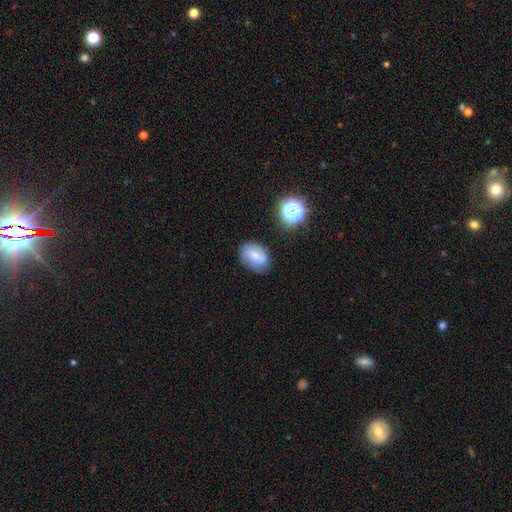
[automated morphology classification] Smooth or featured: smooth — 58% (featured or disk — 31%)
How rounded: in between — 78% (round — 20%)
Merging: none — 69% (minor disturbance — 22%)